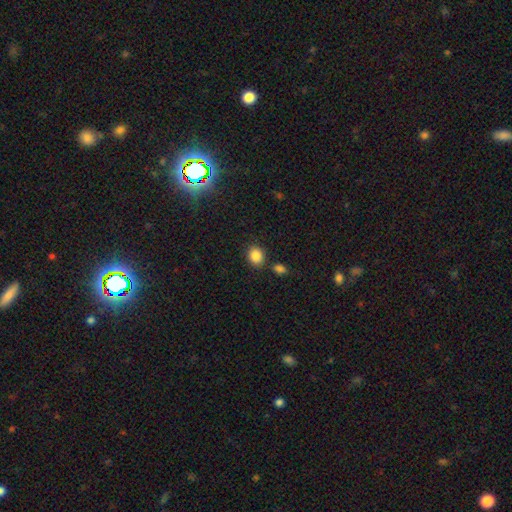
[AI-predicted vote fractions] smooth_or_featured: smooth (p=0.86) [alt: star or artifact p=0.10]
how_rounded: round (p=0.61) [alt: in between p=0.38]
merging: none (p=0.79) [alt: minor disturbance p=0.09]